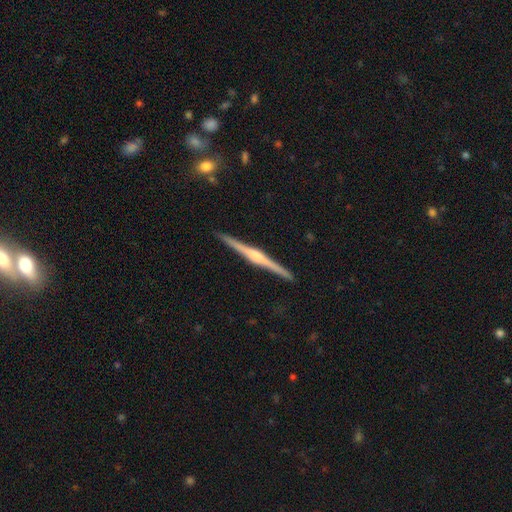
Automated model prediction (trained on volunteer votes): This appears to be a featured or disk galaxy (83%) viewed edge-on (98%) with a rounded central bulge (81%). Merging: none (92%).